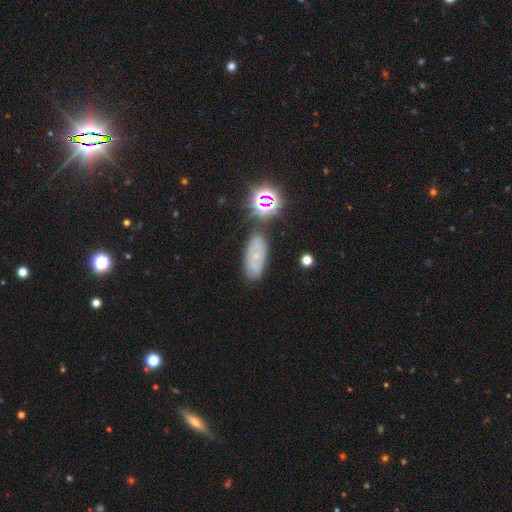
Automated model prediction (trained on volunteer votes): Smooth or featured: smooth — 39% (tied with featured or disk — 39%)
Merging: none — 74% (minor disturbance — 16%)